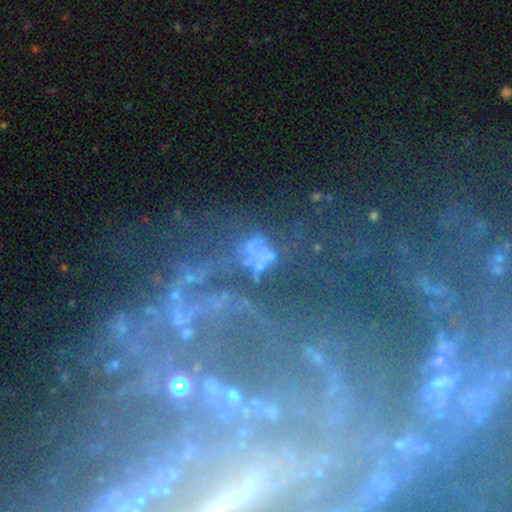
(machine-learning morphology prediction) Smooth or featured? Predicted: featured or disk (p=0.45). Merging? Predicted: none (p=0.35).